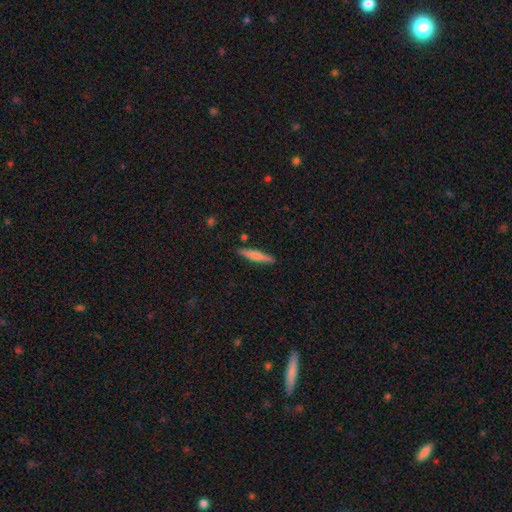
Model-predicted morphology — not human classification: type=smooth (64%); roundness=cigar-shaped (91%); merging=none (89%).